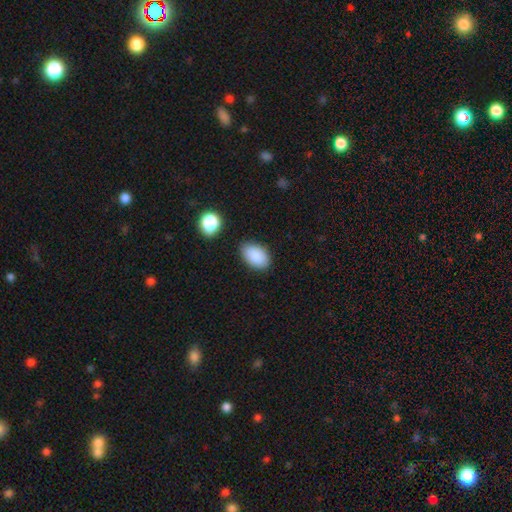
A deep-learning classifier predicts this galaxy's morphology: type=smooth (89%); roundness=in between (92%); merging=none (83%).